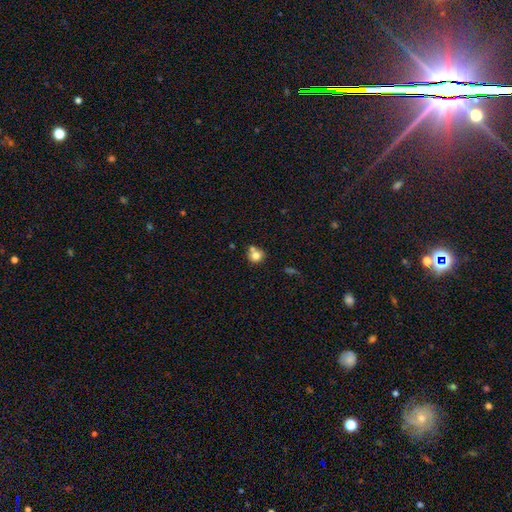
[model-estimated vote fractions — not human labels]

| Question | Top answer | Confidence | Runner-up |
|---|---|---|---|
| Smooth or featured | smooth | 75% | featured or disk (13%) |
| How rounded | round | 83% | in between (16%) |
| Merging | none | 52% | merger (33%) |